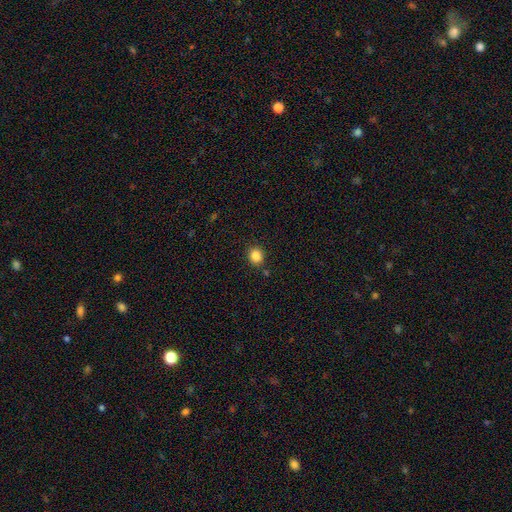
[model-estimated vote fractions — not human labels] Smooth or featured? Predicted: smooth (p=0.85). How rounded? Predicted: round (p=0.78). Merging? Predicted: none (p=0.85).